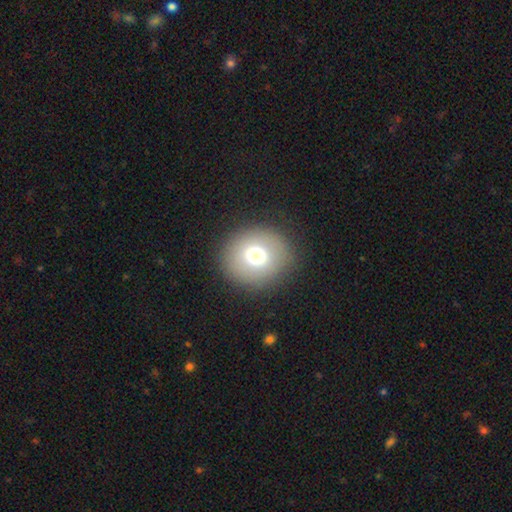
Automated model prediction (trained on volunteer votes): This is likely a smooth galaxy (71%). How rounded: clearly round (86%). Merging: clearly none (88%).